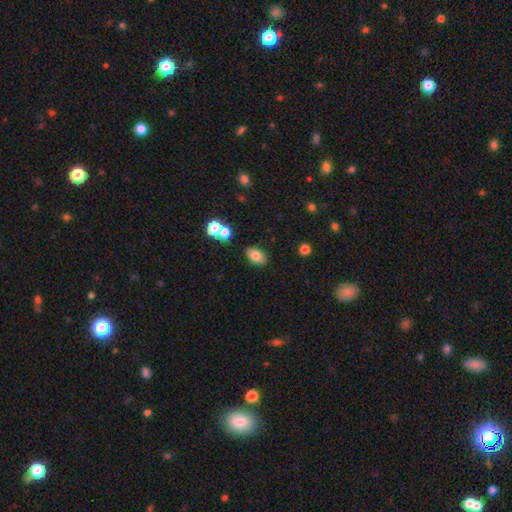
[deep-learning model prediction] Smooth or featured? Predicted: smooth (p=0.79). How rounded? Predicted: in between (p=0.85). Merging? Predicted: none (p=0.80).